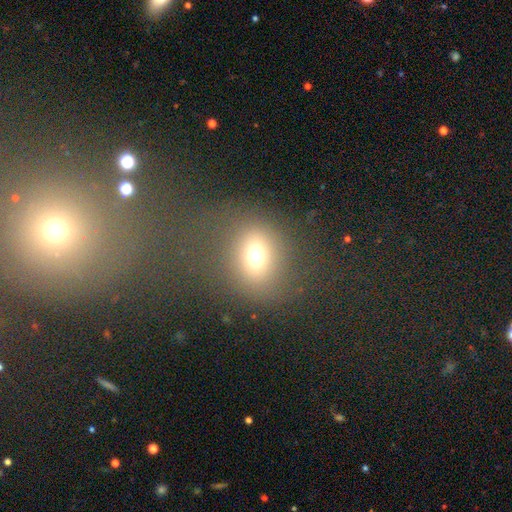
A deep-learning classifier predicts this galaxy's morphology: smooth_or_featured: smooth (p=0.70) [alt: star or artifact p=0.18]
how_rounded: round (p=0.58) [alt: in between p=0.40]
merging: none (p=0.64) [alt: major disturbance p=0.14]